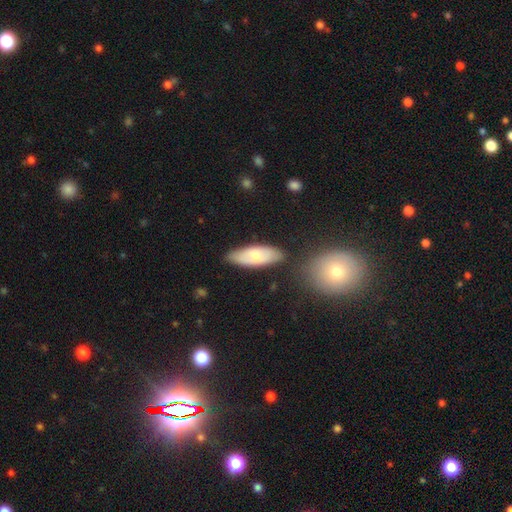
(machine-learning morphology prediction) A smooth galaxy with no disk features (65%) that is in between round and cigar-shaped (72%). Merging: none (78%).